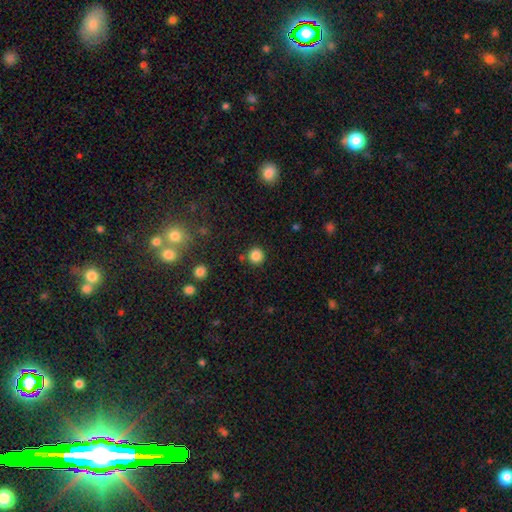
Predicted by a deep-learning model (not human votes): Overall: smooth (84%). How rounded: round (93%). Merging: none (85%).